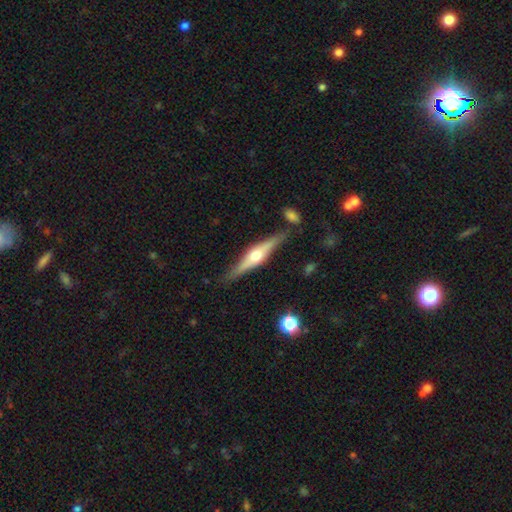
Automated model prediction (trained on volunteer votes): This is likely a featured or disk galaxy (74%). It is clearly viewed edge-on (97%). Edge-on bulge: clearly rounded (92%). Merging: clearly none (84%).